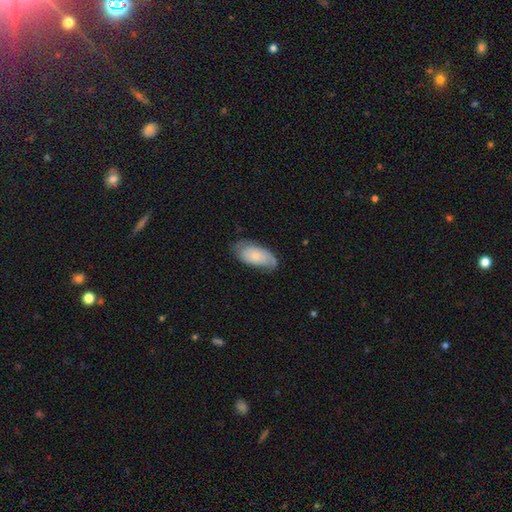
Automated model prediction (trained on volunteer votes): smooth 54%, featured or disk 39%, star or artifact 7%. Down the decision tree: how rounded — in between (92%); merging — none (62%).